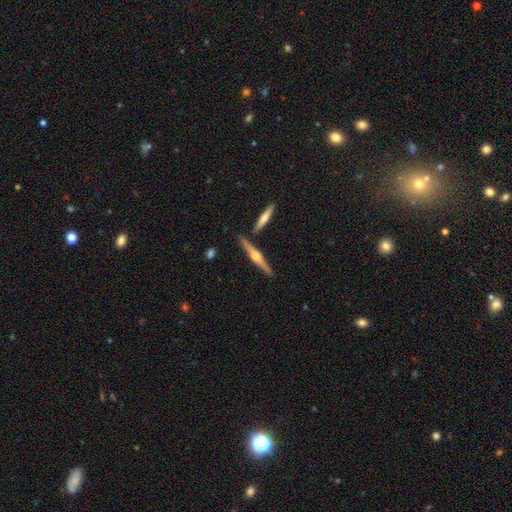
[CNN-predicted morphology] Smooth or featured: featured or disk — 76% (smooth — 19%)
Edge-on disk: yes — 98% (no — 2%)
Edge-on bulge: rounded — 87% (boxy — 10%)
Merging: none — 83% (minor disturbance — 8%)